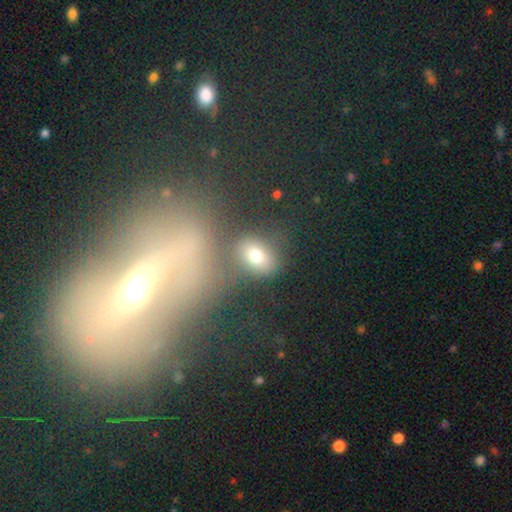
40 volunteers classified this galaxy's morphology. Q: Smooth or featured?
A: smooth (72%); runner-up: featured or disk (15%)
Q: How rounded?
A: in between (66%); runner-up: round (34%)
Q: Merging?
A: none (63%); runner-up: minor disturbance (20%)